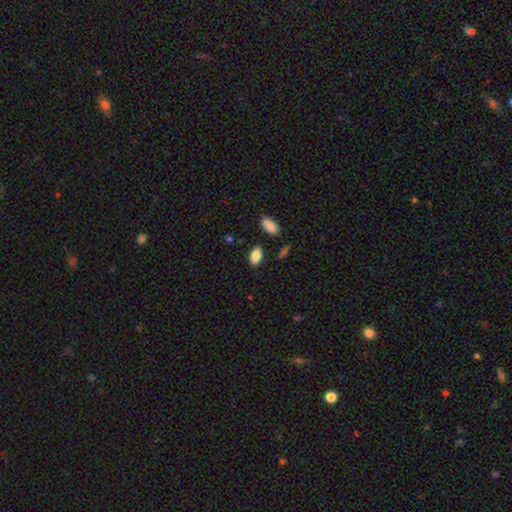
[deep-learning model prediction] Q: Smooth or featured?
A: smooth (87%); runner-up: star or artifact (7%)
Q: How rounded?
A: in between (92%); runner-up: round (4%)
Q: Merging?
A: none (85%); runner-up: minor disturbance (9%)